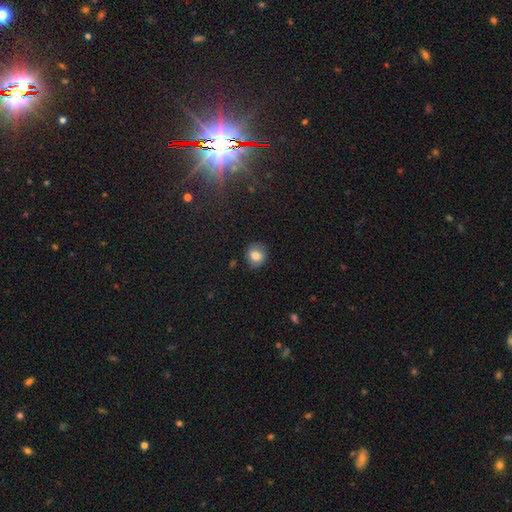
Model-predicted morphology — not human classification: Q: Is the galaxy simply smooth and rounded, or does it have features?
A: smooth — 80%.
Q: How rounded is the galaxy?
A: round — 79%.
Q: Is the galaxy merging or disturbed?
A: none — 83%.